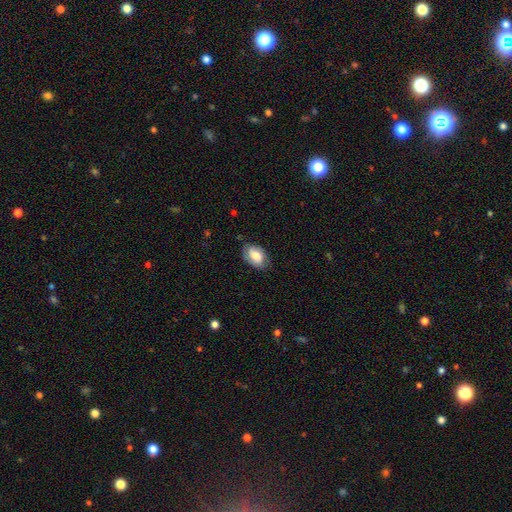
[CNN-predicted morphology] Smooth or featured? Predicted: smooth (p=0.58). How rounded? Predicted: in between (p=0.89). Merging? Predicted: none (p=0.70).